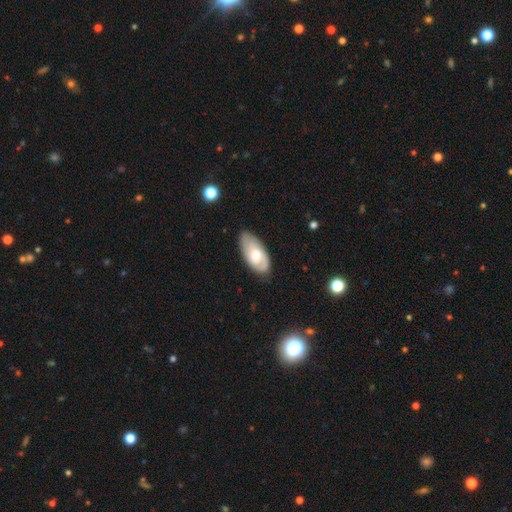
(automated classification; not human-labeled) This is possibly a featured or disk galaxy (51%). It is clearly not viewed edge-on (90%). Merging: likely none (75%).